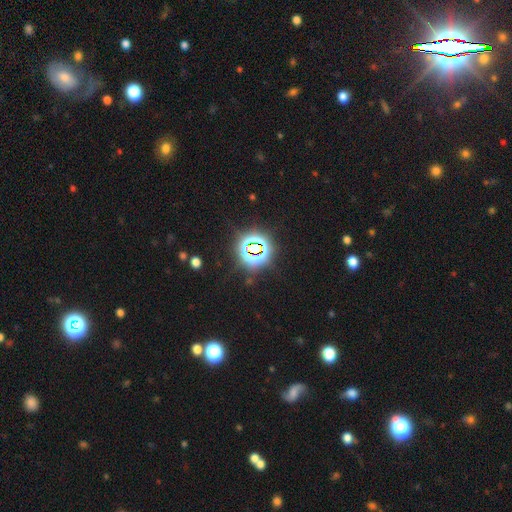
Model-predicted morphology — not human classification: smooth-or-featured: star or artifact: 82% | smooth: 12% | featured or disk: 6%